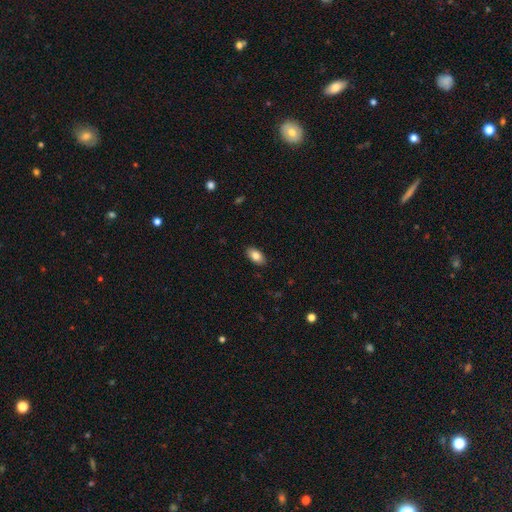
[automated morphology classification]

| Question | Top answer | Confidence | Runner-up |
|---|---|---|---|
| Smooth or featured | smooth | 84% | featured or disk (9%) |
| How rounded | in between | 93% | round (5%) |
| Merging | none | 88% | minor disturbance (9%) |